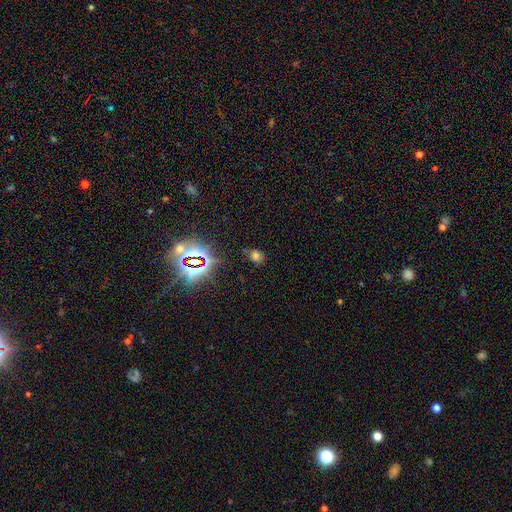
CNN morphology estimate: type=smooth (60%); roundness=in between (49%, tied with round); merging=none (76%).